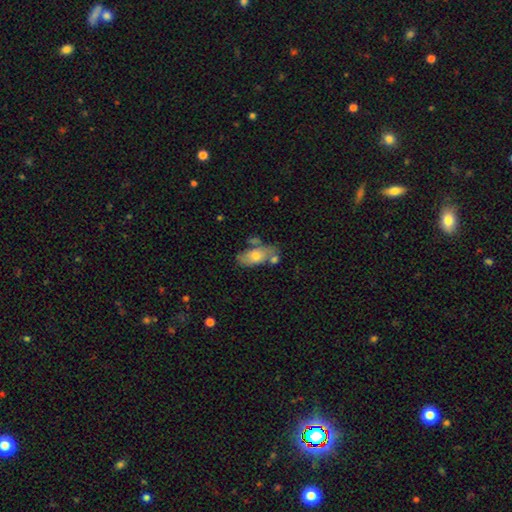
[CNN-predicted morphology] smooth_or_featured: smooth (p=0.65) [alt: featured or disk p=0.28]
how_rounded: in between (p=0.88) [alt: cigar-shaped p=0.08]
merging: none (p=0.49) [alt: merger p=0.21]